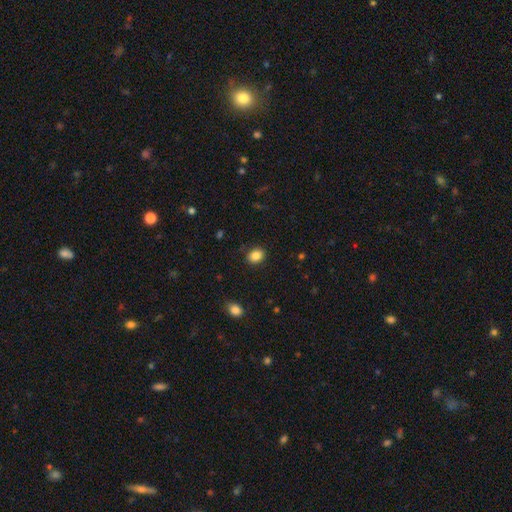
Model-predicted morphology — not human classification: smooth-or-featured: smooth: 86% | star or artifact: 10% | featured or disk: 5%
  how-rounded: round: 51% | in between: 48% | cigar-shaped: 1%
  merging: none: 86% | minor disturbance: 10% | major disturbance: 3% | merger: 1%